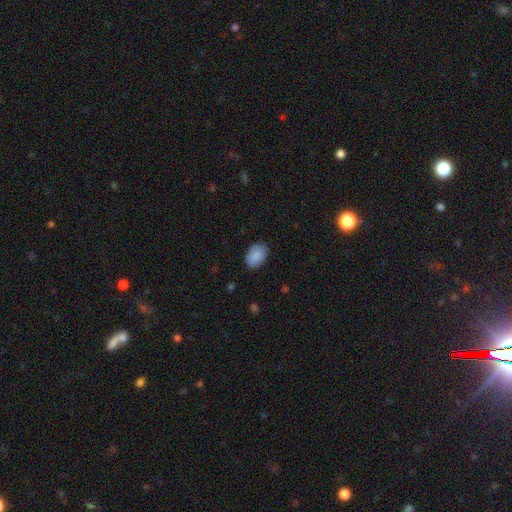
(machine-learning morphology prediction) smooth_or_featured: smooth (p=0.90) [alt: star or artifact p=0.07]
how_rounded: in between (p=0.87) [alt: round p=0.12]
merging: none (p=0.85) [alt: minor disturbance p=0.11]